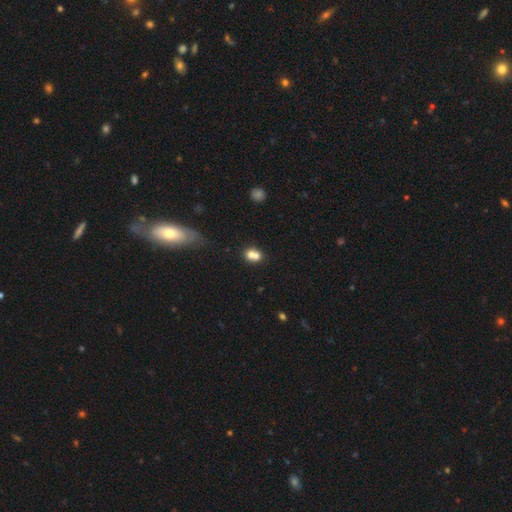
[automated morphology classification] This appears to be a smooth galaxy with no disk features (71%) that is round (60%). Merging: merger (59%).